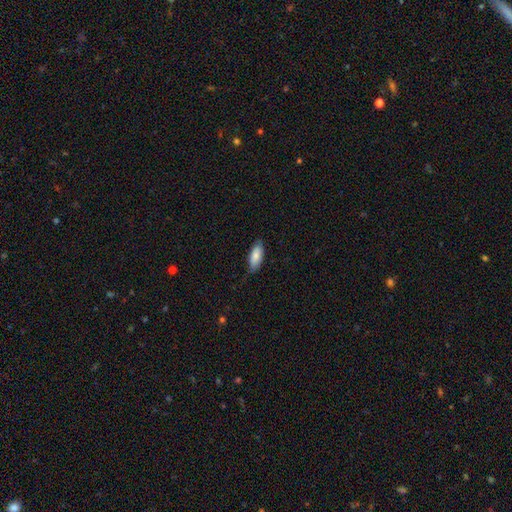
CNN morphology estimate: Overall: smooth (81%). How rounded: in between (82%). Merging: none (76%).